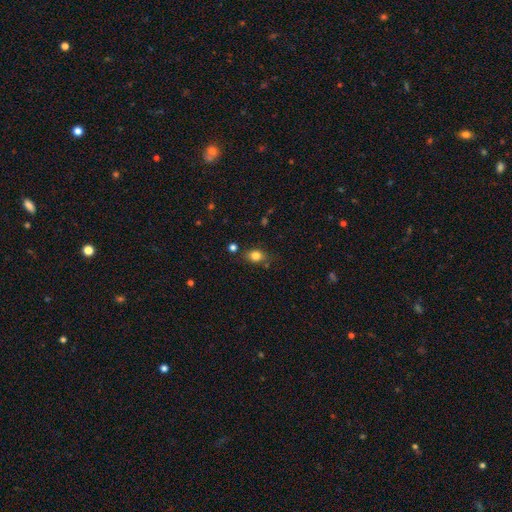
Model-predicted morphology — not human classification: Smooth or featured? smooth (81%)
How rounded? in between (65%)
Merging? none (75%)